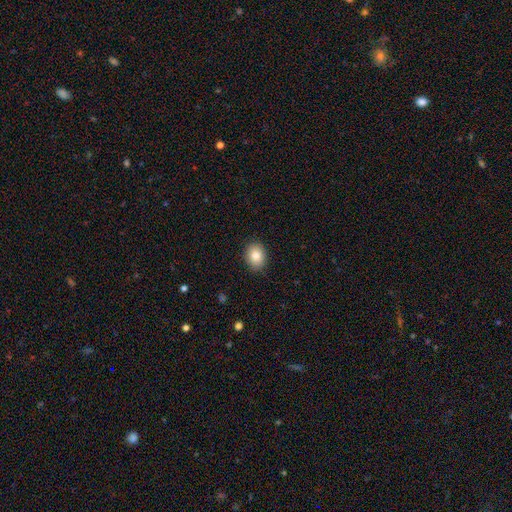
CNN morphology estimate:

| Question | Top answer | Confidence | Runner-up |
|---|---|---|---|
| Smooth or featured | smooth | 83% | featured or disk (9%) |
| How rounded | in between | 58% | round (41%) |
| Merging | none | 89% | minor disturbance (8%) |